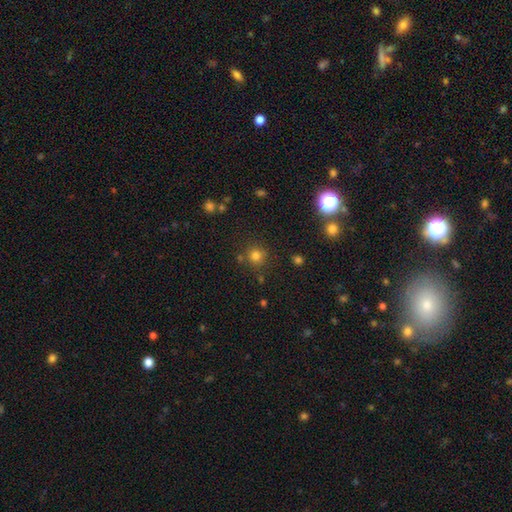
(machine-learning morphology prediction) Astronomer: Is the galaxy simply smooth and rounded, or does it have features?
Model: smooth — 78%.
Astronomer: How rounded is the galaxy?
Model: round — 92%.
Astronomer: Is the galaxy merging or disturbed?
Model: none — 80%.